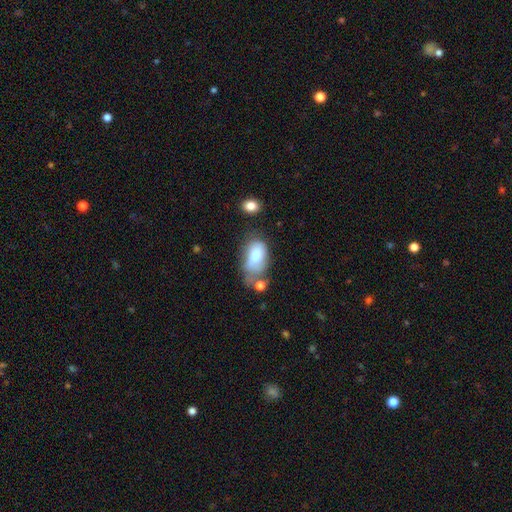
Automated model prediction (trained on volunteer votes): Overall: smooth (72%). How rounded: in between (91%). Merging: minor disturbance (30%; none 28%).